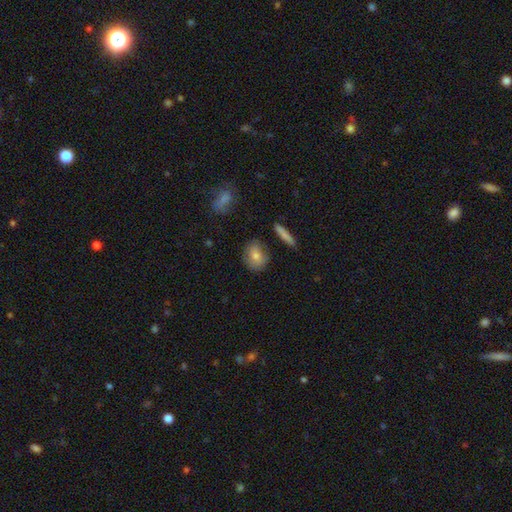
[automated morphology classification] Smooth or featured: smooth — 74% (featured or disk — 18%)
How rounded: in between — 49% (round — 48%)
Merging: none — 78% (minor disturbance — 15%)